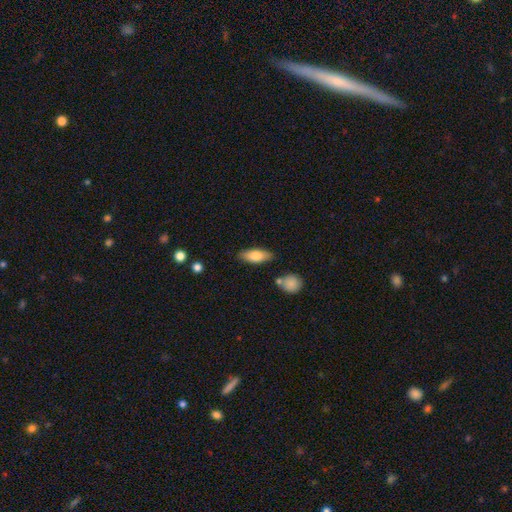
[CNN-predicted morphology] Smooth or featured? Predicted: smooth (p=0.75). How rounded? Predicted: in between (p=0.75). Merging? Predicted: none (p=0.81).